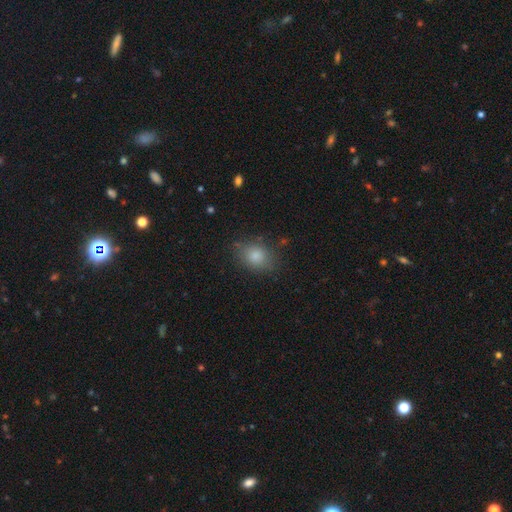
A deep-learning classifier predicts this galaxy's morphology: smooth_or_featured: smooth (p=0.82) [alt: star or artifact p=0.10]
how_rounded: in between (p=0.56) [alt: round p=0.43]
merging: none (p=0.77) [alt: minor disturbance p=0.17]